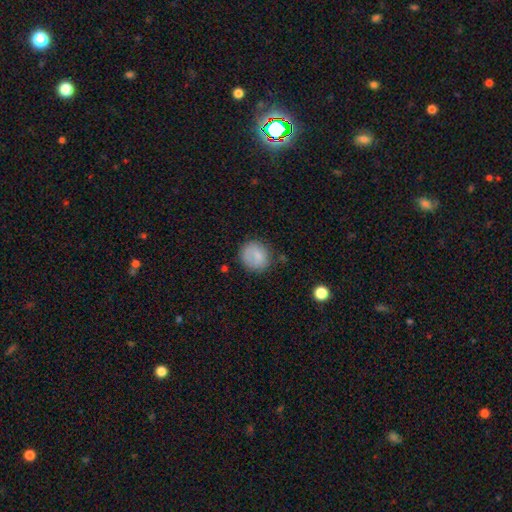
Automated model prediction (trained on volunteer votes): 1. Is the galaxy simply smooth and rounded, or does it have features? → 80% smooth, 12% featured or disk, 8% star or artifact.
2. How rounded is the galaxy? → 81% round, 18% in between, 1% cigar-shaped.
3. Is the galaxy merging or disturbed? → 72% none, 19% minor disturbance, 7% major disturbance, 3% merger.